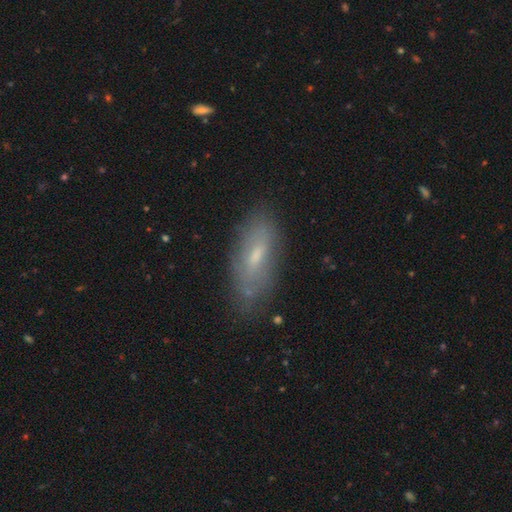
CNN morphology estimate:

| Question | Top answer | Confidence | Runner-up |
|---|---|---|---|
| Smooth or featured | smooth | 52% | featured or disk (39%) |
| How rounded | in between | 68% | cigar-shaped (30%) |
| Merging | none | 73% | minor disturbance (19%) |